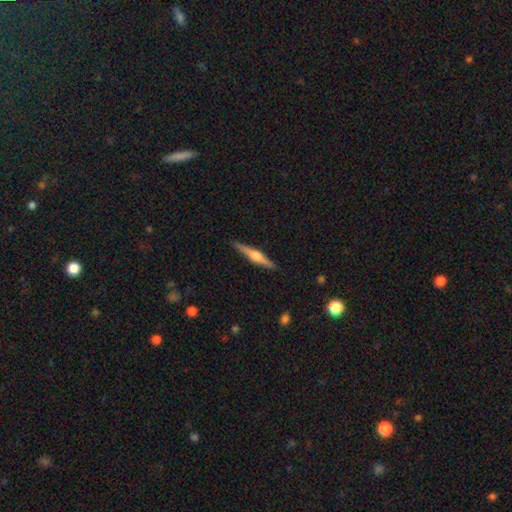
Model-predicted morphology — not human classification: Q: Smooth or featured?
A: featured or disk (69%); runner-up: smooth (26%)
Q: Edge-on disk?
A: yes (98%); runner-up: no (2%)
Q: Edge-on bulge?
A: rounded (89%); runner-up: boxy (8%)
Q: Merging?
A: none (90%); runner-up: minor disturbance (8%)